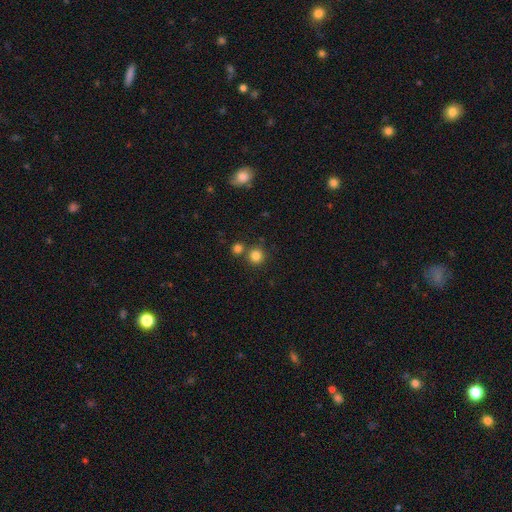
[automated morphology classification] smooth 82%, star or artifact 13%, featured or disk 5%. Down the decision tree: how rounded — round (93%); merging — none (74%).